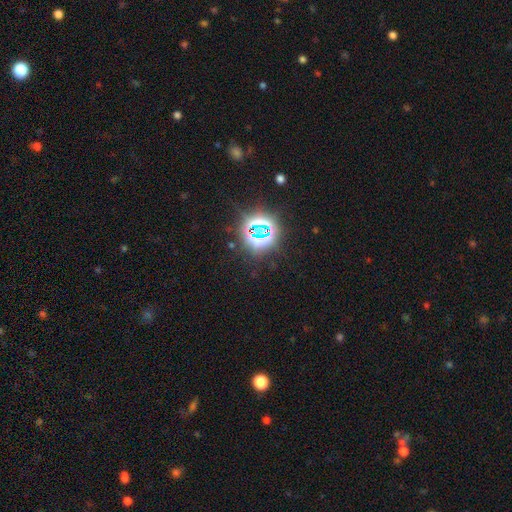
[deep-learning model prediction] This appears to be a star or artifact, not a galaxy (80%).